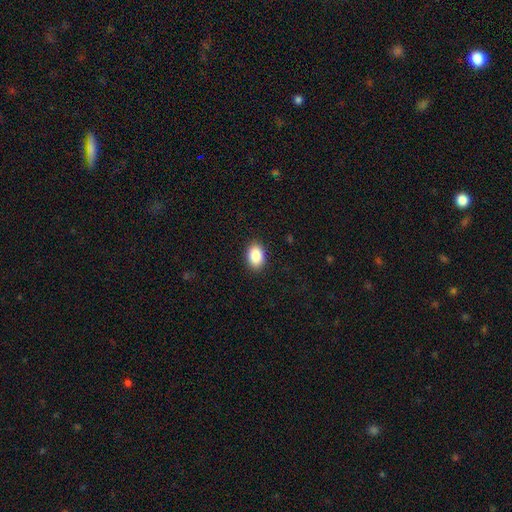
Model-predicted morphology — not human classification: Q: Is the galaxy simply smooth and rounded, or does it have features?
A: smooth — 89%.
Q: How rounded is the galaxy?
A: in between — 84%.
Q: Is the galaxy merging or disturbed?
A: none — 90%.